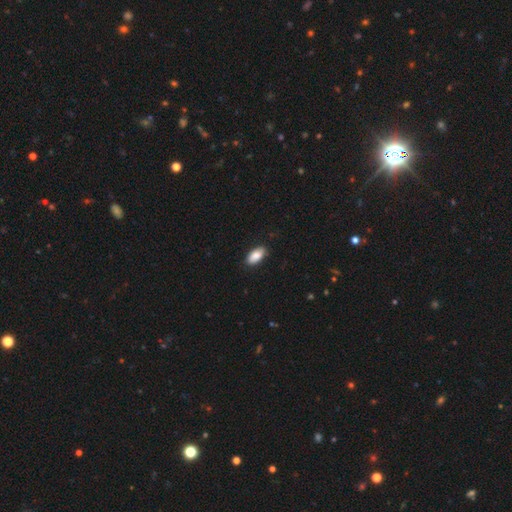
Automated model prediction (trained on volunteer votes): A smooth galaxy with no disk features (87%) that is in between round and cigar-shaped (92%).

Vote fractions:
- Smooth or featured? smooth: 87% / featured or disk: 7% / star or artifact: 6%
- How rounded? in between: 92% / cigar-shaped: 5% / round: 3%
- Merging? none: 87% / minor disturbance: 10% / major disturbance: 2% / merger: 1%